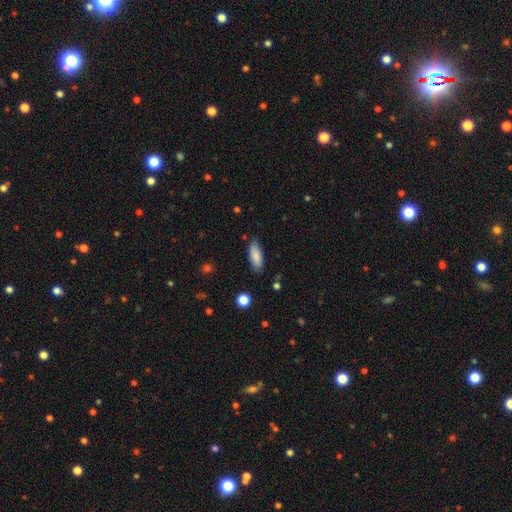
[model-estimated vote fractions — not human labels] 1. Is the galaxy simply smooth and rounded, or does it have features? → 86% smooth, 7% featured or disk, 7% star or artifact.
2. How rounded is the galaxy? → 72% in between, 26% cigar-shaped, 2% round.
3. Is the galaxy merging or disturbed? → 82% none, 13% minor disturbance, 3% major disturbance, 2% merger.